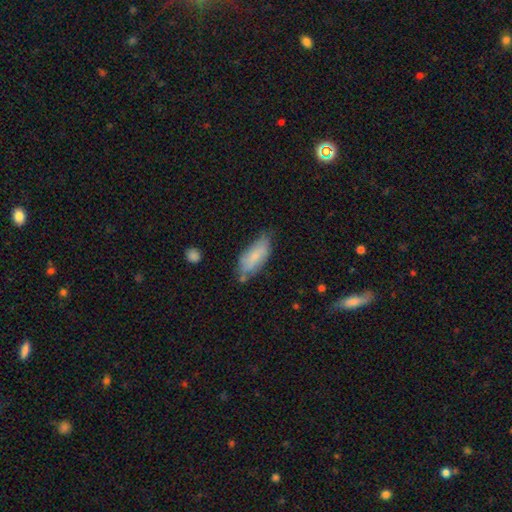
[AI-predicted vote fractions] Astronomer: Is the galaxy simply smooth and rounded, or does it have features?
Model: smooth — 73%.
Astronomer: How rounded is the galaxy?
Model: in between — 80%.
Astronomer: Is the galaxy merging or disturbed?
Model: none — 56% (runner-up: minor disturbance, 32%).